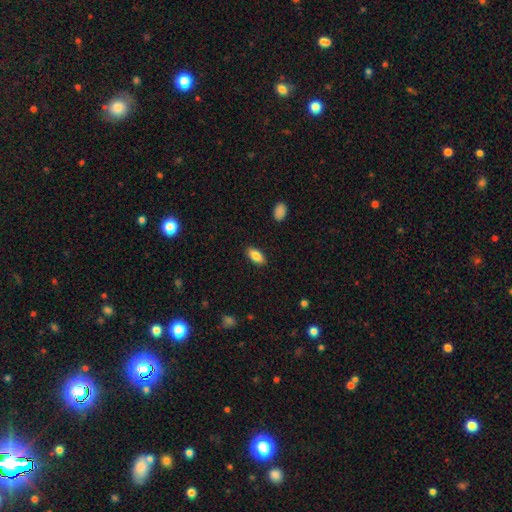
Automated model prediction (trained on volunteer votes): smooth-or-featured: smooth: 85% | featured or disk: 9% | star or artifact: 7%
  how-rounded: in between: 89% | cigar-shaped: 9% | round: 2%
  merging: none: 88% | minor disturbance: 8% | major disturbance: 2% | merger: 1%